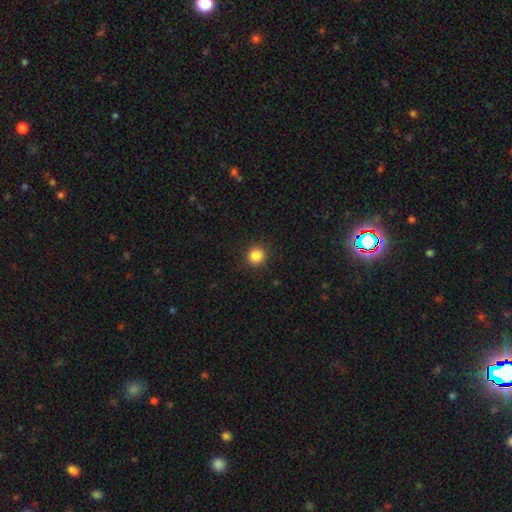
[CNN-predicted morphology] Q: Smooth or featured?
A: smooth (86%); runner-up: star or artifact (11%)
Q: How rounded?
A: round (94%); runner-up: in between (5%)
Q: Merging?
A: none (92%); runner-up: minor disturbance (5%)